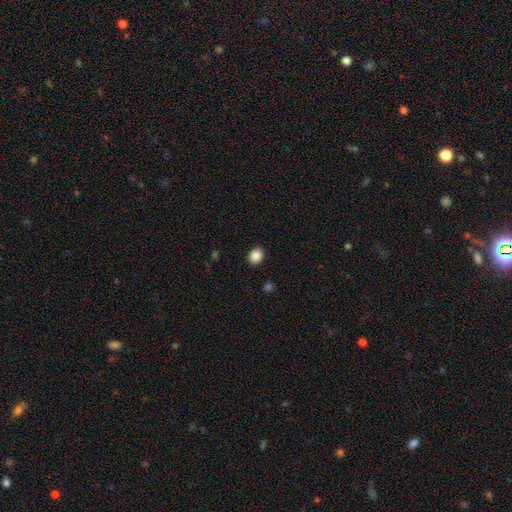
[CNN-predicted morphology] Q: Smooth or featured?
A: smooth (87%); runner-up: star or artifact (9%)
Q: How rounded?
A: round (55%); runner-up: in between (45%)
Q: Merging?
A: none (91%); runner-up: minor disturbance (6%)